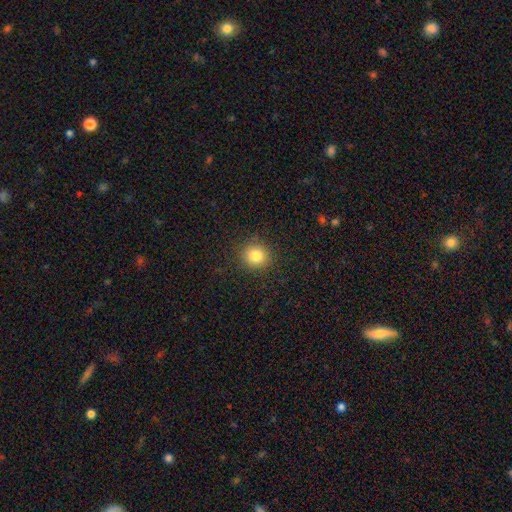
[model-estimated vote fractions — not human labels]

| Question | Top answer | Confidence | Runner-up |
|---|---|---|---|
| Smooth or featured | smooth | 82% | star or artifact (11%) |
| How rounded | round | 88% | in between (11%) |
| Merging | none | 89% | minor disturbance (8%) |